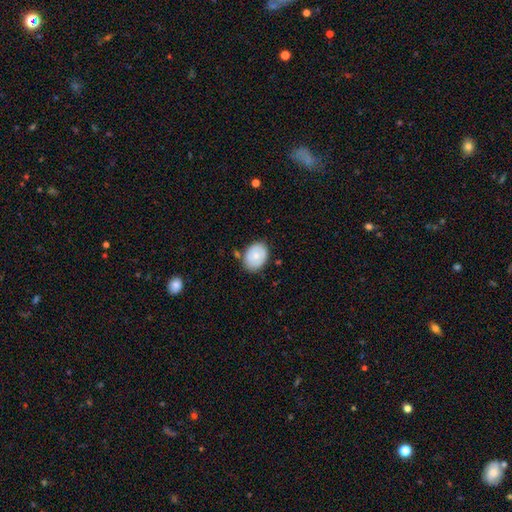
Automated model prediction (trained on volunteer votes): The model was most divided on "how rounded": in between: 66%, round: 33%, cigar-shaped: 1%. More confident: merging — none (77%); smooth or featured — smooth (71%).